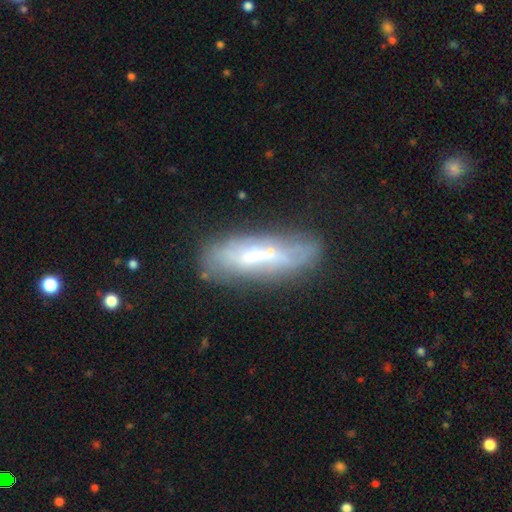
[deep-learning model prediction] The model was most divided on "smooth or featured": featured or disk: 53%, smooth: 38%, star or artifact: 9%. More confident: edge-on disk — no (66%); merging — none (55%).